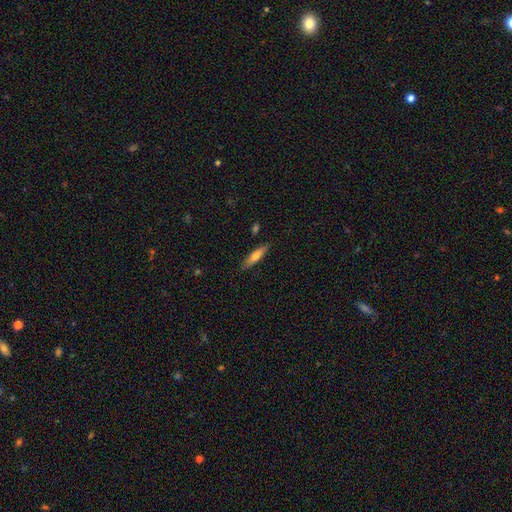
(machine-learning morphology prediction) The model was most divided on "smooth or featured": smooth: 64%, featured or disk: 30%, star or artifact: 6%. More confident: merging — none (86%); how rounded — cigar-shaped (76%).